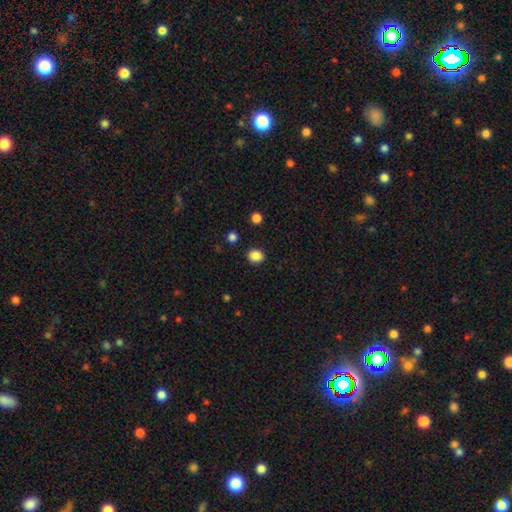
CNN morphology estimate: Overall: smooth (87%). How rounded: round (62%; in between 37%). Merging: none (89%).